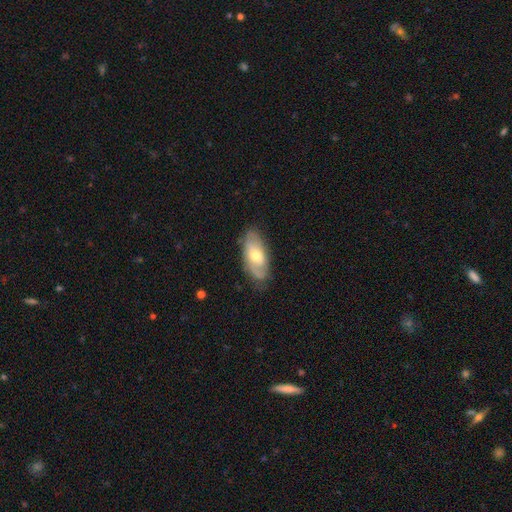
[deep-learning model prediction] Smooth or featured?
  - featured or disk: 56% *
  - smooth: 38%
  - star or artifact: 6%
Edge-on disk?
  - no: 86% *
  - yes: 14%
Merging?
  - none: 74% *
  - minor disturbance: 20%
  - major disturbance: 5%
  - merger: 1%